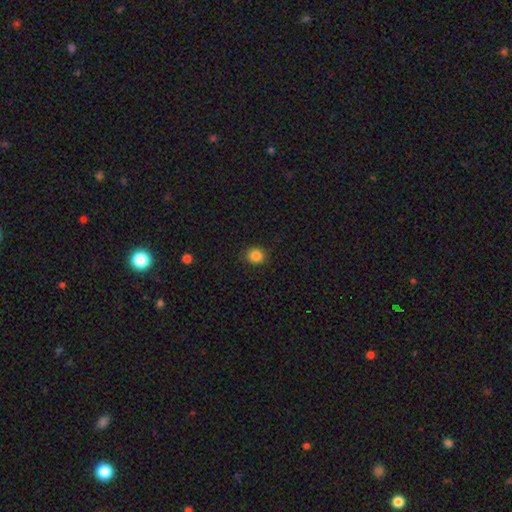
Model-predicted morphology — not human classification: type=smooth (86%); roundness=round (76%); merging=none (86%).